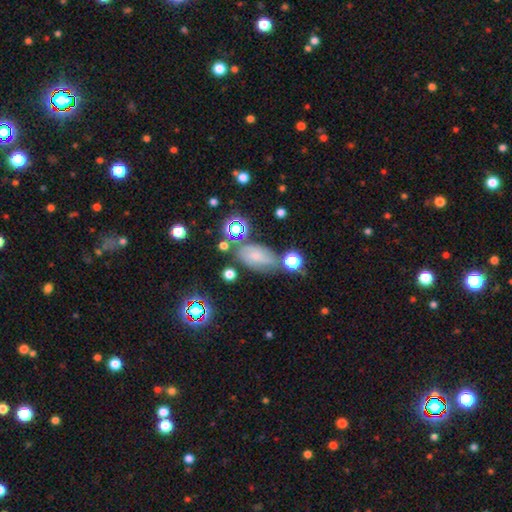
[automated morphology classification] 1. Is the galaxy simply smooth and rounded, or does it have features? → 51% smooth, 28% featured or disk, 21% star or artifact.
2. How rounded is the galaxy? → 84% in between, 12% round, 4% cigar-shaped.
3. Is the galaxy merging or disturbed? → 58% none, 22% minor disturbance, 10% merger, 10% major disturbance.